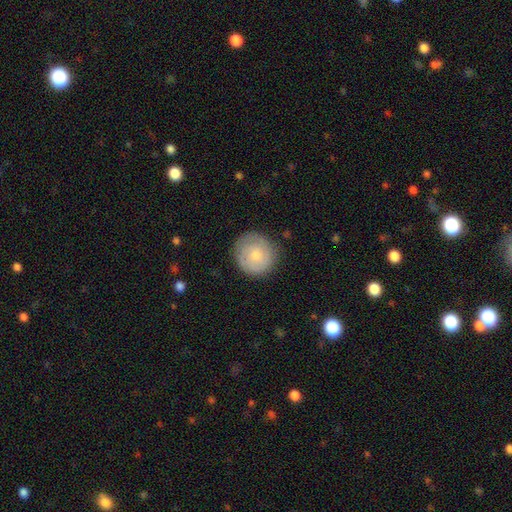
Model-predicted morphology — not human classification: smooth_or_featured: smooth (p=0.62) [alt: featured or disk p=0.31]
how_rounded: round (p=0.92) [alt: in between p=0.07]
merging: none (p=0.81) [alt: minor disturbance p=0.14]